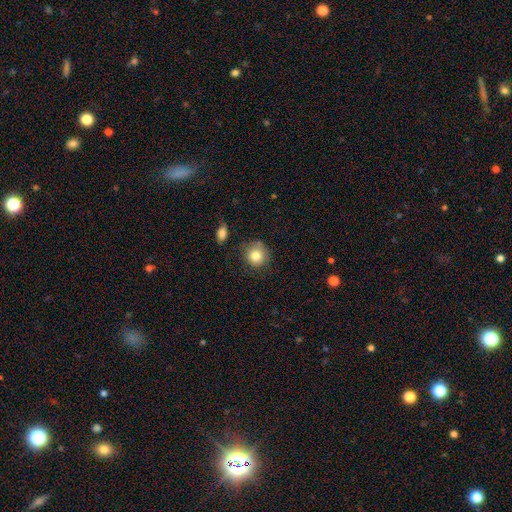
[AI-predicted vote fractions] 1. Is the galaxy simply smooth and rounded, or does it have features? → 82% smooth, 9% star or artifact, 9% featured or disk.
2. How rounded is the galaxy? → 88% round, 11% in between, 1% cigar-shaped.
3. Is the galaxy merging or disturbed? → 72% none, 18% minor disturbance, 5% major disturbance, 5% merger.